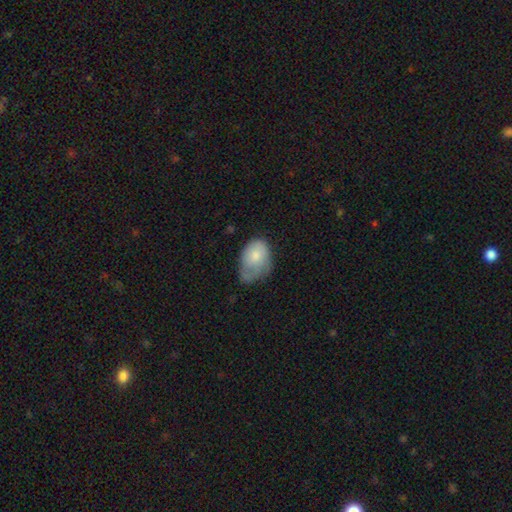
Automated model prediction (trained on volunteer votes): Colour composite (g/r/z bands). It shows a smooth galaxy with no disk features (71%) that is in between round and cigar-shaped (80%). Merging: minor disturbance (43%).